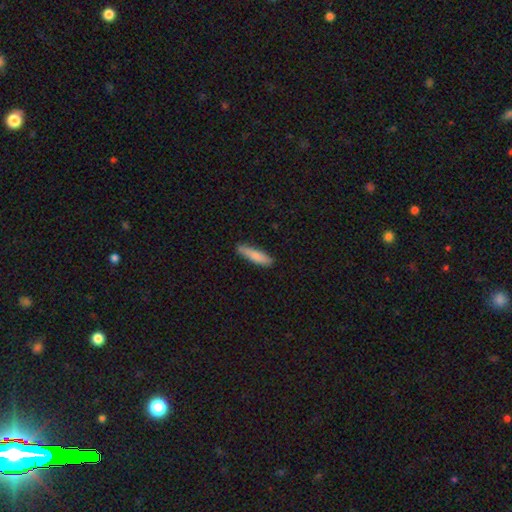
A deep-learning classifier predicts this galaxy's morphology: smooth-or-featured: smooth: 82% | featured or disk: 13% | star or artifact: 6%
  how-rounded: cigar-shaped: 75% | in between: 23% | round: 2%
  merging: none: 82% | minor disturbance: 14% | major disturbance: 2% | merger: 1%